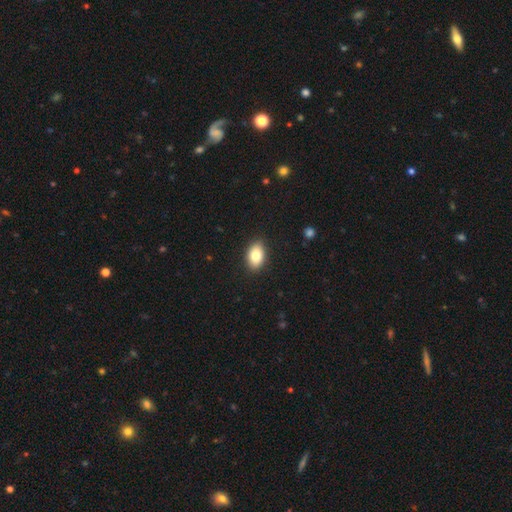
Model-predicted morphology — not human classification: This is clearly a smooth galaxy (82%). How rounded: clearly in between (89%). Merging: clearly none (89%).